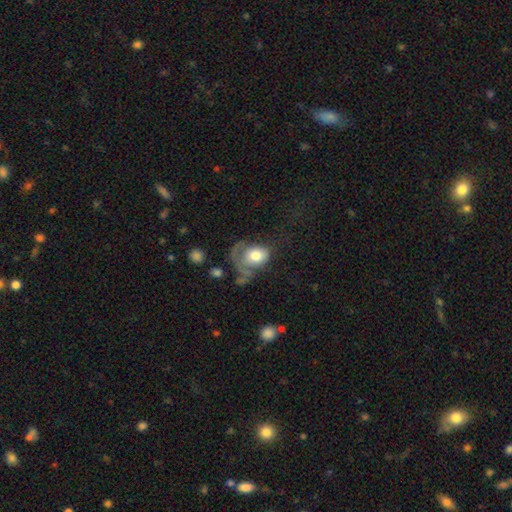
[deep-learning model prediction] smooth_or_featured: smooth (p=0.63) [alt: featured or disk p=0.30]
how_rounded: in between (p=0.66) [alt: round p=0.33]
merging: major disturbance (p=0.52) [alt: none p=0.21]